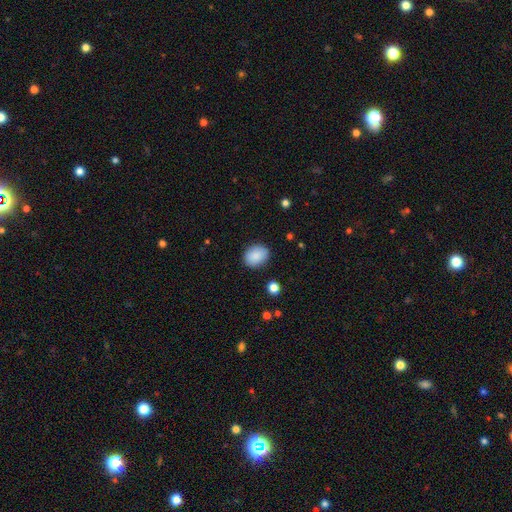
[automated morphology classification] type=smooth (88%); roundness=in between (52%); merging=none (86%).